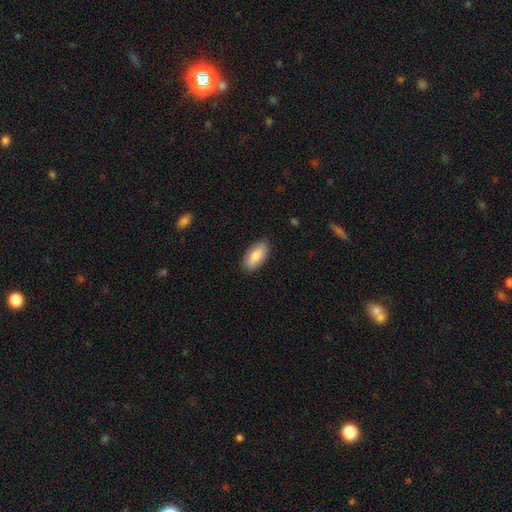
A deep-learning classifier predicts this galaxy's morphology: smooth_or_featured: smooth (p=0.79) [alt: featured or disk p=0.15]
how_rounded: in between (p=0.91) [alt: cigar-shaped p=0.07]
merging: none (p=0.88) [alt: minor disturbance p=0.09]